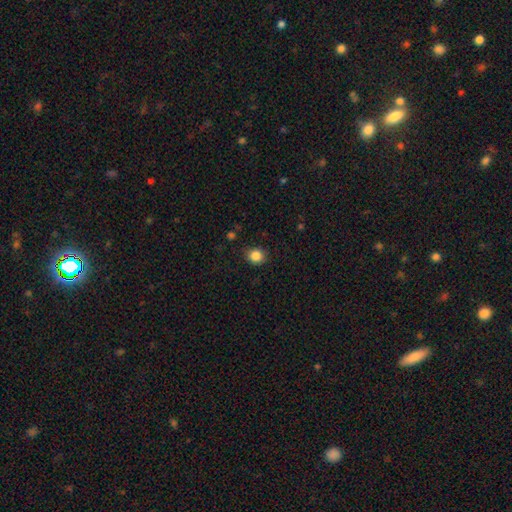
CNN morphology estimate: smooth-or-featured: smooth: 85% | star or artifact: 10% | featured or disk: 4%
  how-rounded: round: 78% | in between: 22% | cigar-shaped: 1%
  merging: none: 85% | minor disturbance: 11% | major disturbance: 3% | merger: 1%